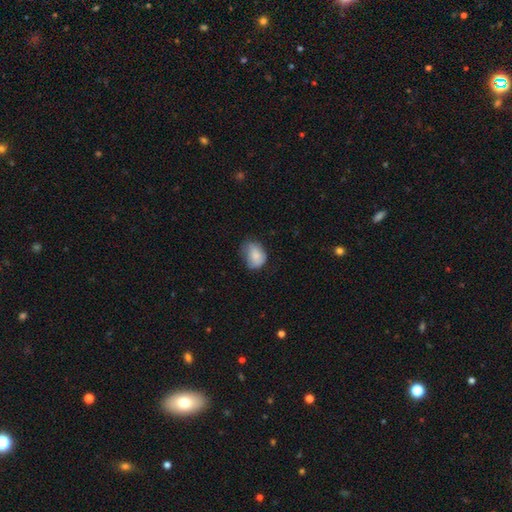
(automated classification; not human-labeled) Smooth or featured? smooth (81%)
How rounded? in between (65%)
Merging? none (45%)